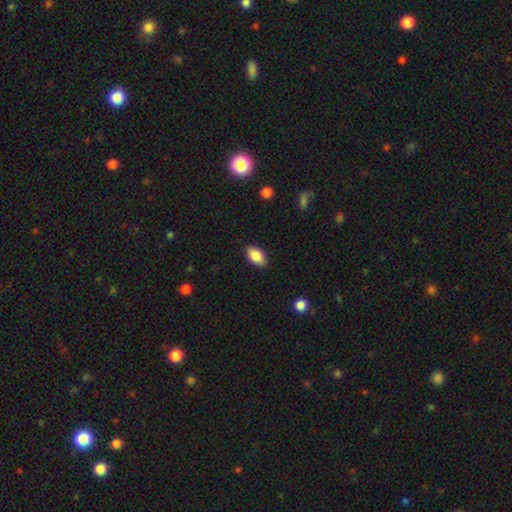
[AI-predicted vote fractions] smooth 85%, featured or disk 7%, star or artifact 7%. Down the decision tree: how rounded — in between (93%); merging — none (88%).